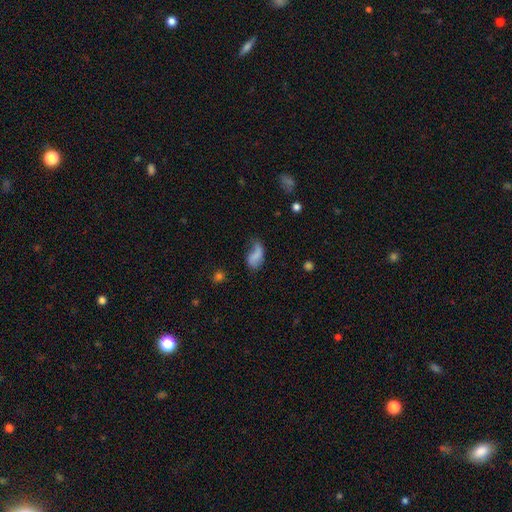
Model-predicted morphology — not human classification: This is likely a smooth galaxy (63%). How rounded: clearly in between (89%). Merging: marginally none (34%).